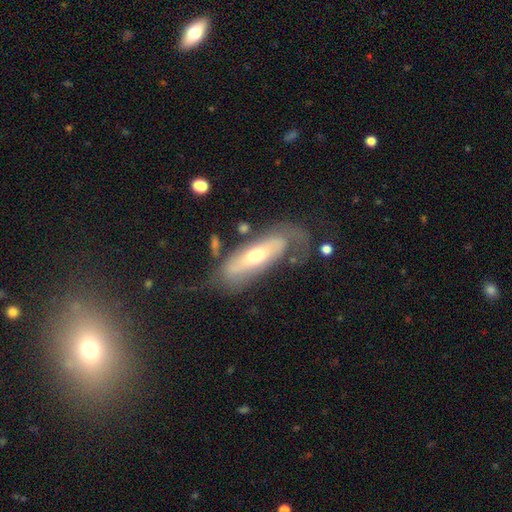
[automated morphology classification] A featured or disk galaxy (63%). Merging: none (47%).